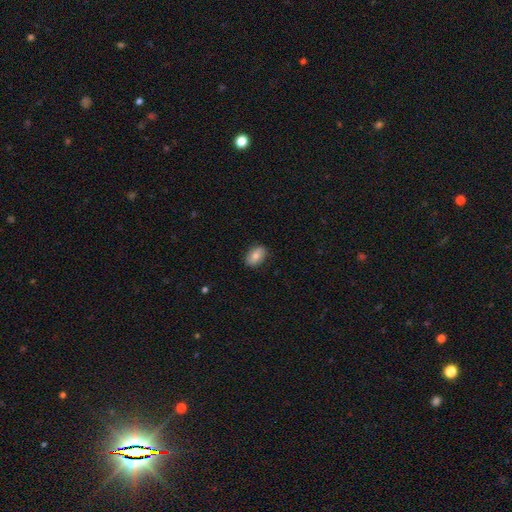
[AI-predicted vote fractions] Smooth or featured: smooth — 66% (featured or disk — 27%)
How rounded: in between — 82% (round — 16%)
Merging: none — 85% (minor disturbance — 12%)